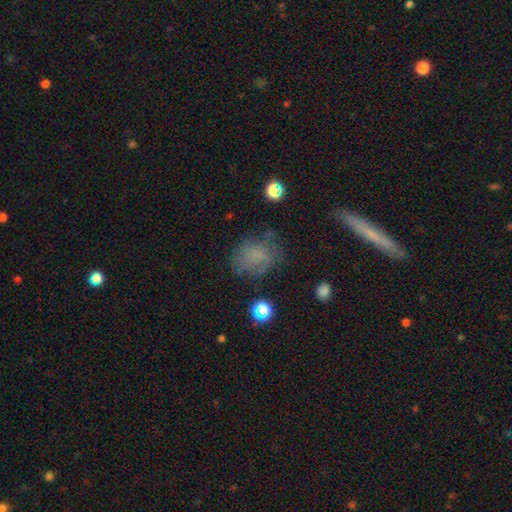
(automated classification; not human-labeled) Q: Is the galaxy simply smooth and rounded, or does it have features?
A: smooth — 67%.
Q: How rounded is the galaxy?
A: in between — 54%.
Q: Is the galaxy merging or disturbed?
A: none — 62%.